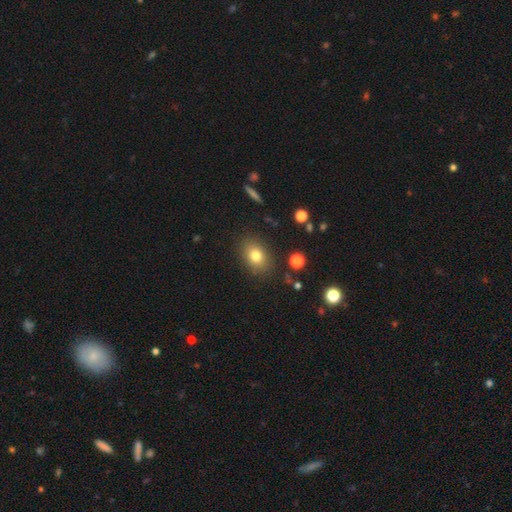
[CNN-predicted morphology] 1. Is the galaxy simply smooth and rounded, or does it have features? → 79% smooth, 11% star or artifact, 10% featured or disk.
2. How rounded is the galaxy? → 66% in between, 32% round, 1% cigar-shaped.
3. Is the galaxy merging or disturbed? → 85% none, 10% minor disturbance, 3% major disturbance, 2% merger.